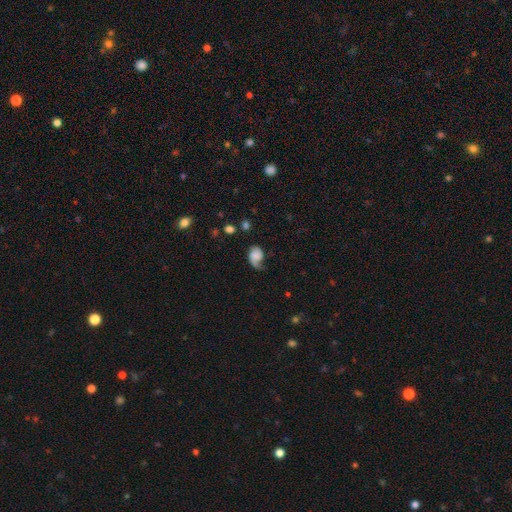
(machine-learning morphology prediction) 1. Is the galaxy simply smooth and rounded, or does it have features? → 49% featured or disk, 42% smooth, 9% star or artifact.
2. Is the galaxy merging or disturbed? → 34% major disturbance (tied), 34% none (tied), 29% minor disturbance, 3% merger.